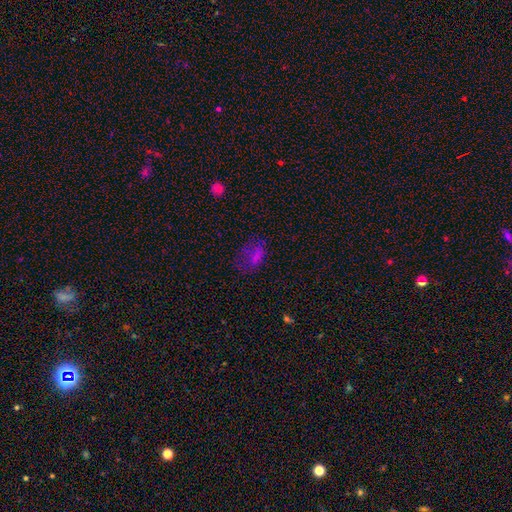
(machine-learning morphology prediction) The model was most divided on "merging": none: 45%, major disturbance: 27%, minor disturbance: 25%, merger: 3%. More confident: how rounded — in between (83%); smooth or featured — smooth (64%).